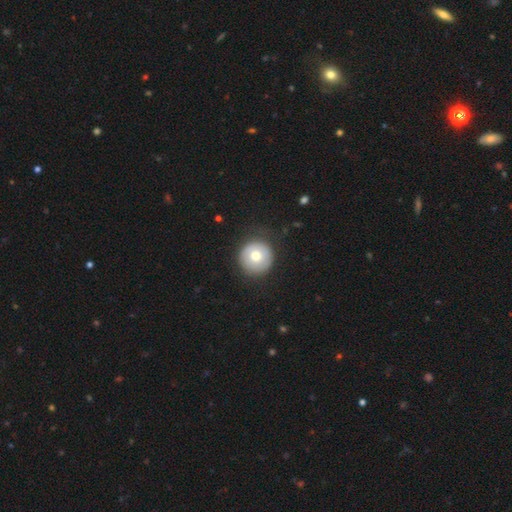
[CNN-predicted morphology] A smooth galaxy with no disk features (66%) that is round (96%).

Vote fractions:
- Smooth or featured? smooth: 66% / featured or disk: 26% / star or artifact: 7%
- How rounded? round: 96% / in between: 3% / cigar-shaped: 1%
- Merging? none: 83% / minor disturbance: 11% / major disturbance: 4% / merger: 1%